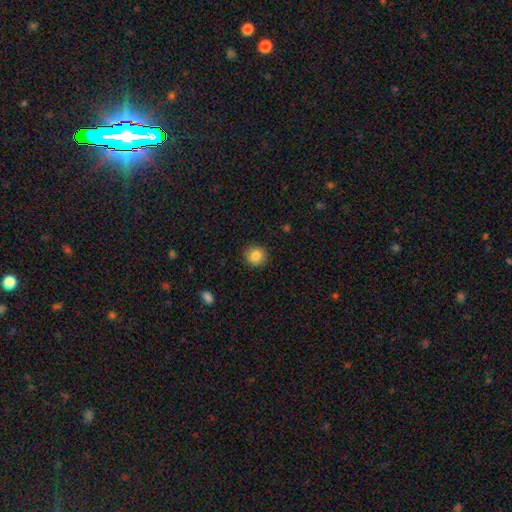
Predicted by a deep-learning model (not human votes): A smooth galaxy with no disk features (85%) that is round (90%). Merging: none (91%).